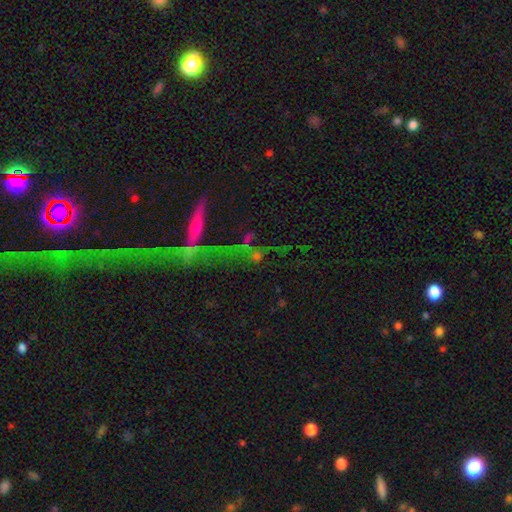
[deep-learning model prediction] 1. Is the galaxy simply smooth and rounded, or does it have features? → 43% star or artifact, 32% featured or disk, 24% smooth.